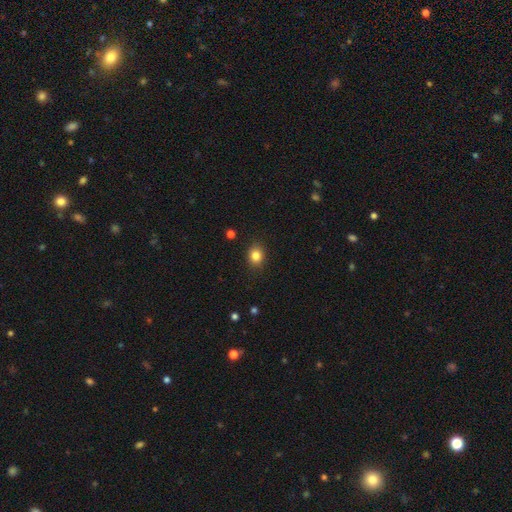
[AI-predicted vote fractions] smooth 83%, star or artifact 11%, featured or disk 6%. Down the decision tree: how rounded — round (60%); merging — none (89%).